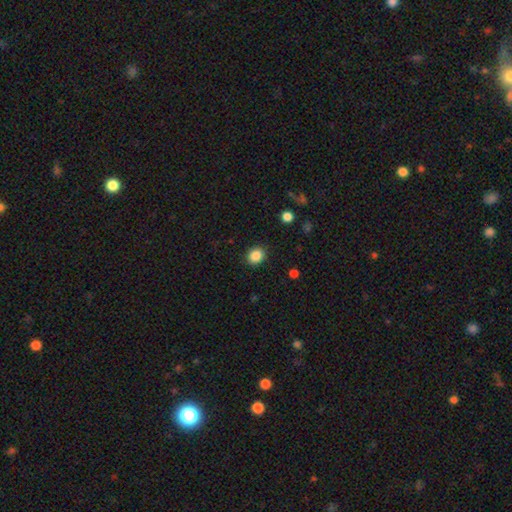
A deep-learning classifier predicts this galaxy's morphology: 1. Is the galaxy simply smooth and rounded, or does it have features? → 86% smooth, 10% star or artifact, 4% featured or disk.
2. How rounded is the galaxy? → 67% round, 33% in between, 1% cigar-shaped.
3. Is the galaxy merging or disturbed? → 89% none, 8% minor disturbance, 2% major disturbance, 1% merger.